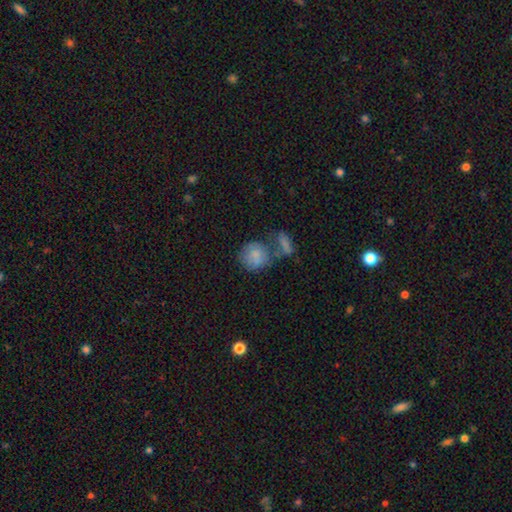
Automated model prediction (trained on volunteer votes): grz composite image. It shows a smooth galaxy with no disk features (76%) that is round (79%). Merging: none (41%).